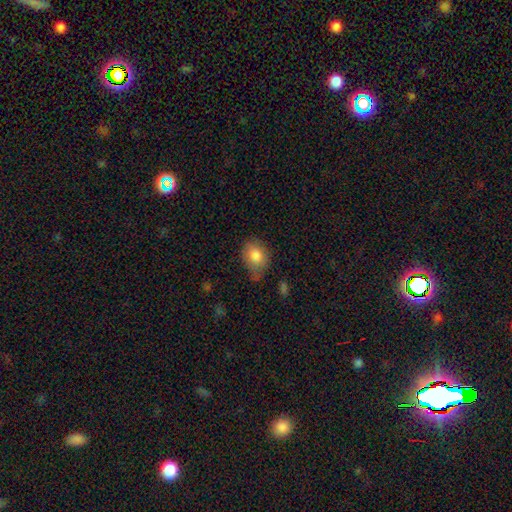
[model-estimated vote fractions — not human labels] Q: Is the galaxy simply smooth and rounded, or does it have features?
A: smooth — 83%.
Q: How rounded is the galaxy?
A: in between — 60%.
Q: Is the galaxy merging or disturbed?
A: none — 53%.